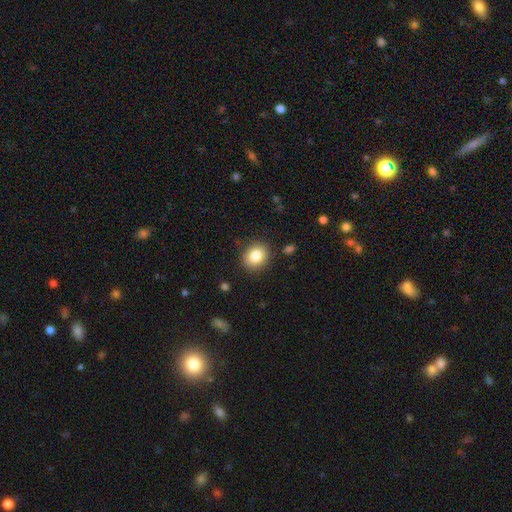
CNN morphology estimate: Smooth or featured?
  - smooth: 83% *
  - star or artifact: 9%
  - featured or disk: 8%
How rounded?
  - round: 64% *
  - in between: 35%
  - cigar-shaped: 1%
Merging?
  - none: 87% *
  - minor disturbance: 9%
  - major disturbance: 3%
  - merger: 2%